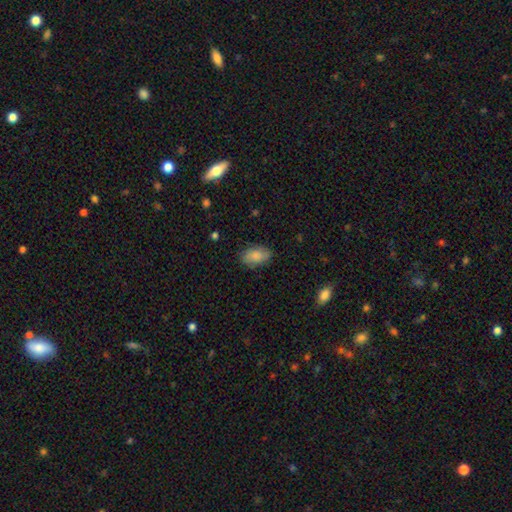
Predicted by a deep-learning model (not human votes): Smooth or featured: smooth — 85% (featured or disk — 8%)
How rounded: in between — 92% (round — 6%)
Merging: none — 81% (minor disturbance — 14%)